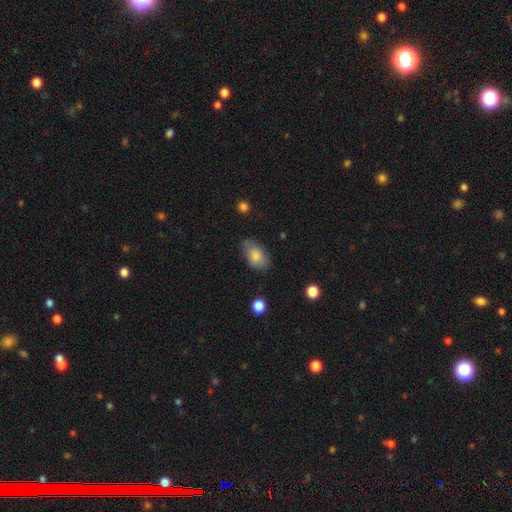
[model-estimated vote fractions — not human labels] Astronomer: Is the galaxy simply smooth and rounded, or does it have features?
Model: smooth — 81%.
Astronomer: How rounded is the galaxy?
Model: in between — 91%.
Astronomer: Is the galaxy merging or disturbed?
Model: none — 67%.